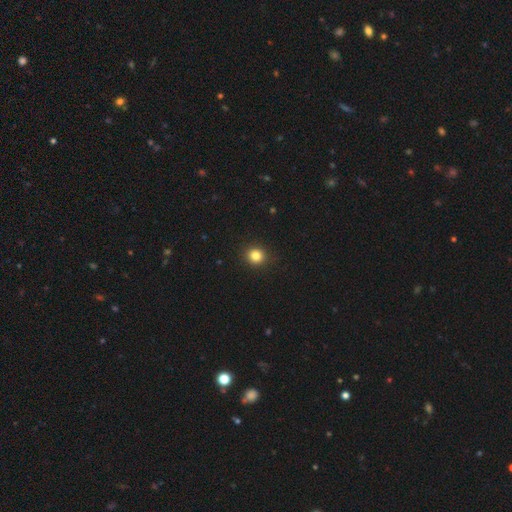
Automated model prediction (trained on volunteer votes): smooth-or-featured: smooth: 83% | star or artifact: 12% | featured or disk: 5%
  how-rounded: round: 91% | in between: 9% | cigar-shaped: 1%
  merging: none: 92% | minor disturbance: 5% | major disturbance: 2% | merger: 1%